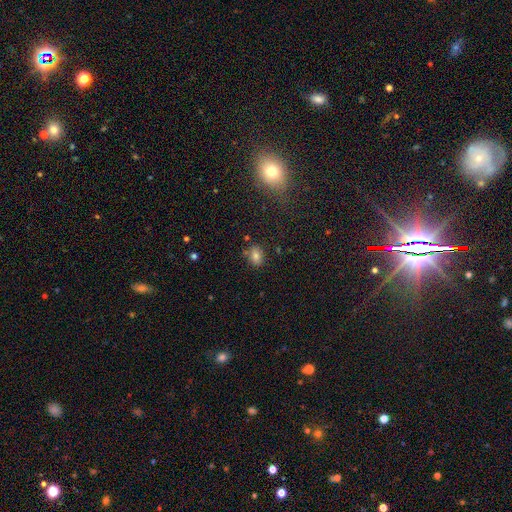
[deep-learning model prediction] Smooth or featured: smooth — 73% (star or artifact — 17%)
How rounded: in between — 64% (round — 34%)
Merging: none — 78% (minor disturbance — 13%)